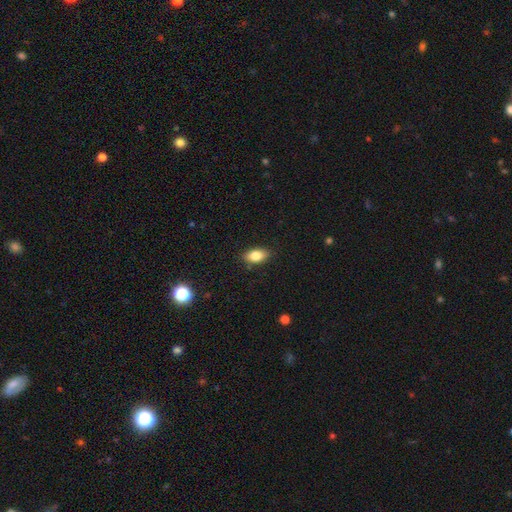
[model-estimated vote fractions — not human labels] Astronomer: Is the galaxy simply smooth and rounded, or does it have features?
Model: smooth — 82%.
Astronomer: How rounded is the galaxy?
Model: in between — 89%.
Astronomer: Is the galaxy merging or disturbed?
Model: none — 87%.